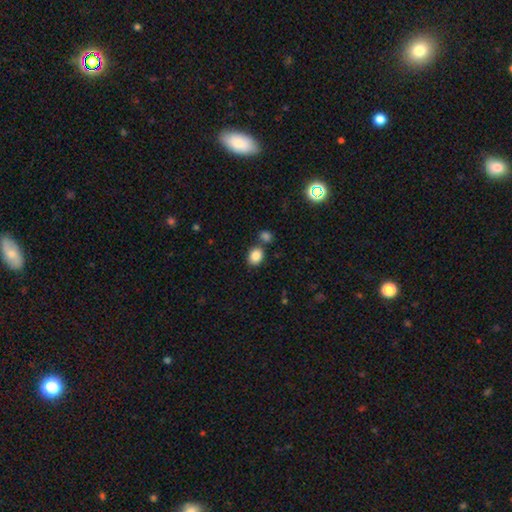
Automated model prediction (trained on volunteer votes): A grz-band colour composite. It shows a smooth galaxy with no disk features (86%) that is round (51%). Merging: none (69%).